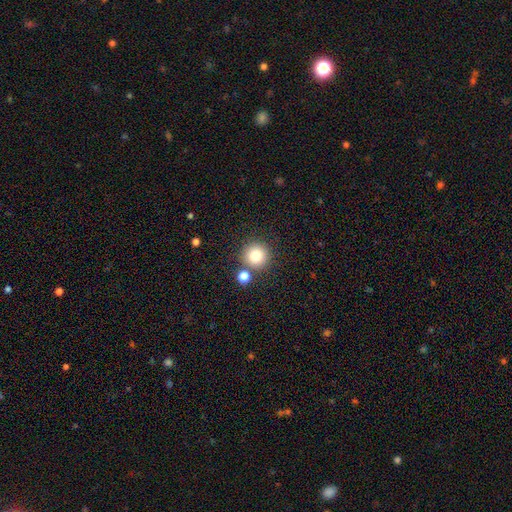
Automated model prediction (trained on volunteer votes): A smooth galaxy with no disk features (81%) that is round (95%).

Vote fractions:
- Smooth or featured? smooth: 81% / star or artifact: 12% / featured or disk: 7%
- How rounded? round: 95% / in between: 4% / cigar-shaped: 1%
- Merging? none: 79% / merger: 11% / minor disturbance: 7% / major disturbance: 3%